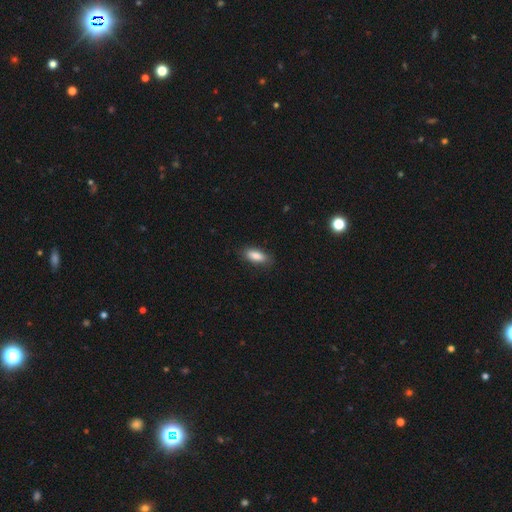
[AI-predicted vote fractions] Smooth or featured: smooth — 86% (featured or disk — 7%)
How rounded: in between — 77% (cigar-shaped — 20%)
Merging: none — 83% (minor disturbance — 14%)